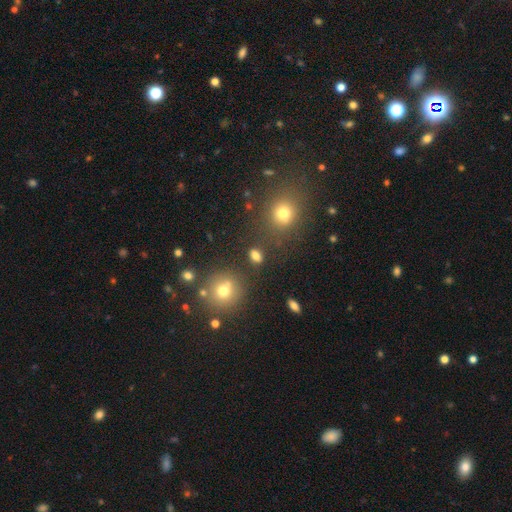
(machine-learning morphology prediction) Smooth or featured?
  - smooth: 78% *
  - star or artifact: 15%
  - featured or disk: 6%
How rounded?
  - in between: 71% *
  - round: 25%
  - cigar-shaped: 3%
Merging?
  - none: 76% *
  - minor disturbance: 11%
  - merger: 8%
  - major disturbance: 5%